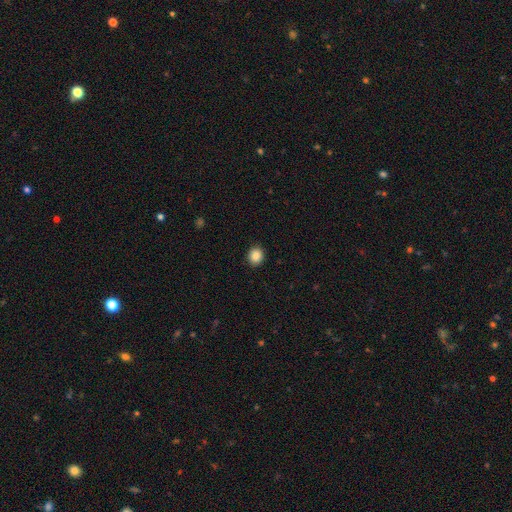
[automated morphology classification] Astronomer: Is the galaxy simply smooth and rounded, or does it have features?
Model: smooth — 87%.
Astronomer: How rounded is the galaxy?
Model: round — 74%.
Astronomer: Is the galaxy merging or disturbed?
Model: none — 91%.